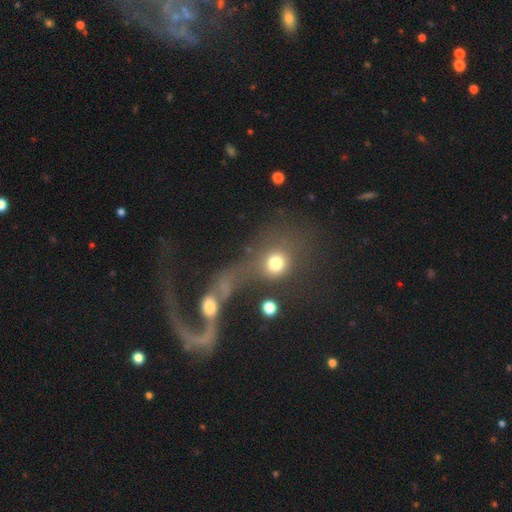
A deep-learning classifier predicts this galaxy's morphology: Smooth or featured? Predicted: featured or disk (p=0.47). Merging? Predicted: merger (p=0.57).